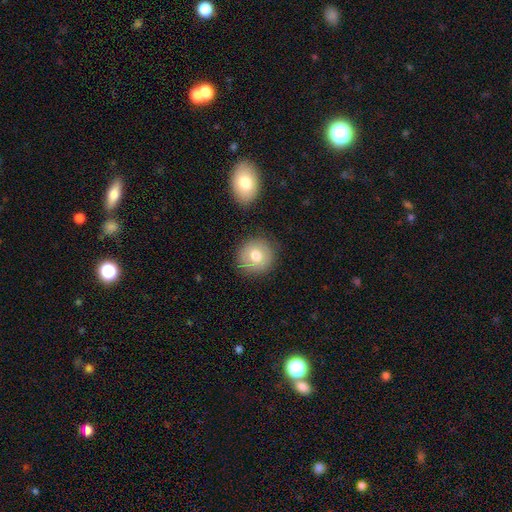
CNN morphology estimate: This appears to be a smooth galaxy with no disk features (75%) that is round (93%). Merging: none (84%).